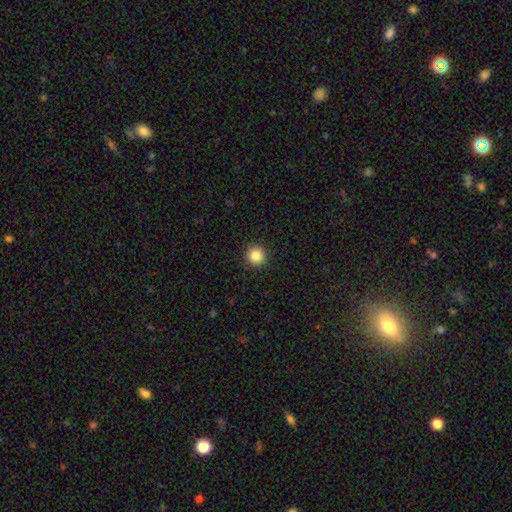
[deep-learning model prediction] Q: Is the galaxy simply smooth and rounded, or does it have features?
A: smooth — 86%.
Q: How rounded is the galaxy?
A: round — 95%.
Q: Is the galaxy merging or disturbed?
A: none — 93%.